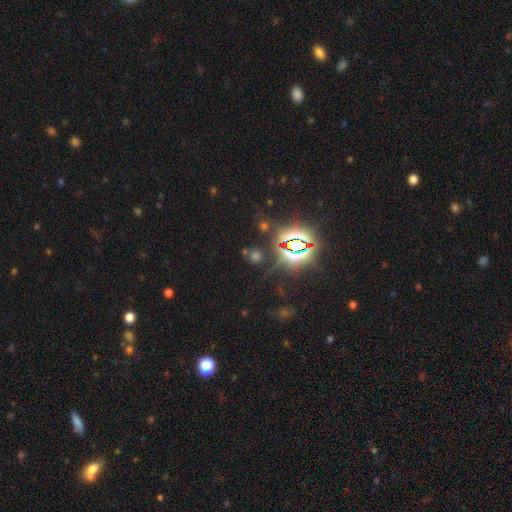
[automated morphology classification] A star or artifact, not a galaxy (63%).

Vote fractions:
- Smooth or featured? star or artifact: 63% / smooth: 29% / featured or disk: 8%